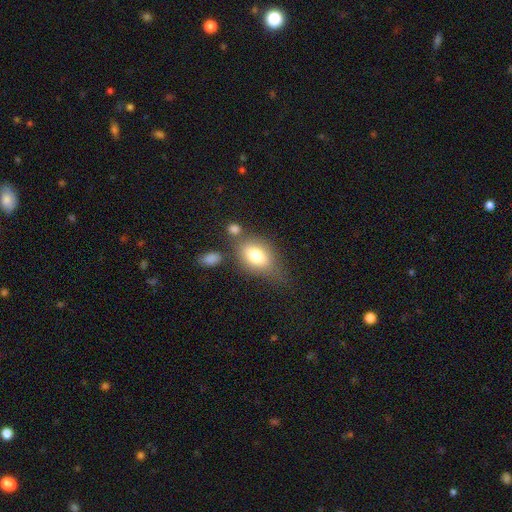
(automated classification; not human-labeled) Smooth or featured?
  - smooth: 75% *
  - featured or disk: 16%
  - star or artifact: 9%
How rounded?
  - in between: 78% *
  - round: 19%
  - cigar-shaped: 3%
Merging?
  - none: 54% *
  - minor disturbance: 21%
  - merger: 15%
  - major disturbance: 10%